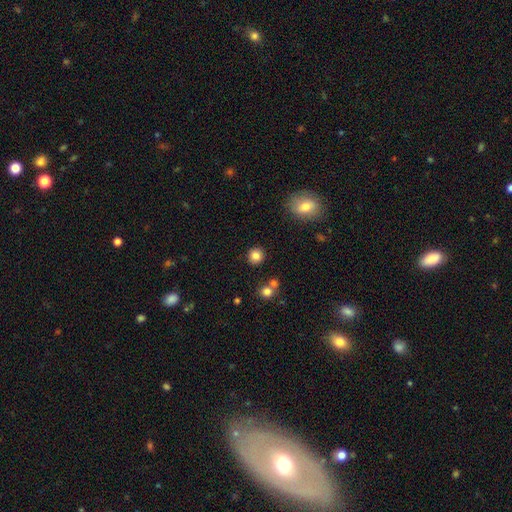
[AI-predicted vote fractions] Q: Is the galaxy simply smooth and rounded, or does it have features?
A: smooth — 83%.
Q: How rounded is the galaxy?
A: round — 91%.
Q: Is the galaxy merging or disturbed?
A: none — 86%.